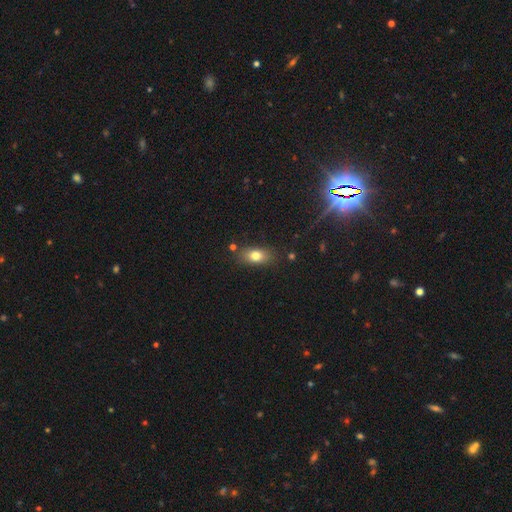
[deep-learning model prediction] Q: Smooth or featured?
A: smooth (77%); runner-up: featured or disk (12%)
Q: How rounded?
A: in between (81%); runner-up: round (13%)
Q: Merging?
A: none (80%); runner-up: minor disturbance (13%)